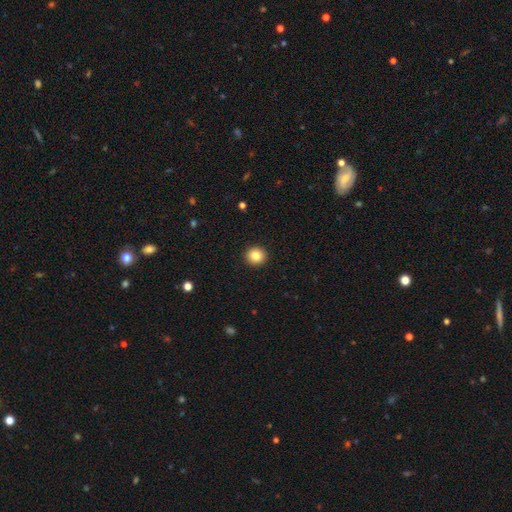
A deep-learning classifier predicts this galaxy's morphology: smooth 84%, star or artifact 10%, featured or disk 6%. Down the decision tree: how rounded — round (89%); merging — none (93%).